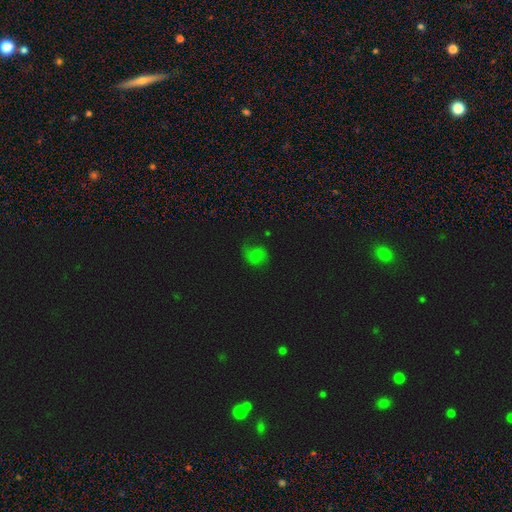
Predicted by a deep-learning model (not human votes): smooth-or-featured: smooth: 52% | star or artifact: 26% | featured or disk: 22%
  how-rounded: round: 66% | in between: 33% | cigar-shaped: 1%
  merging: none: 55% | minor disturbance: 26% | major disturbance: 16% | merger: 3%